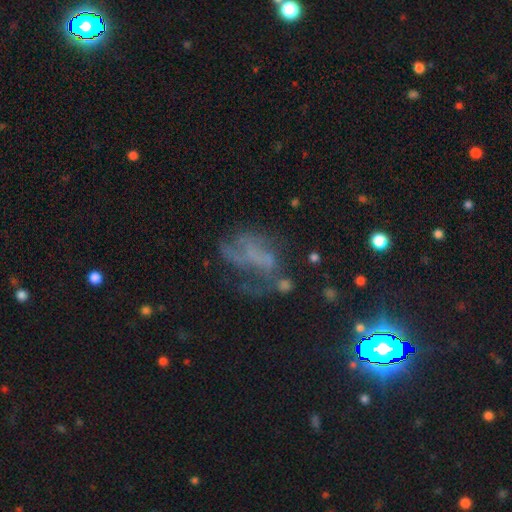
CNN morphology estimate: Overall: featured or disk (48%; star or artifact 31%). Merging: major disturbance (40%; none 34%).